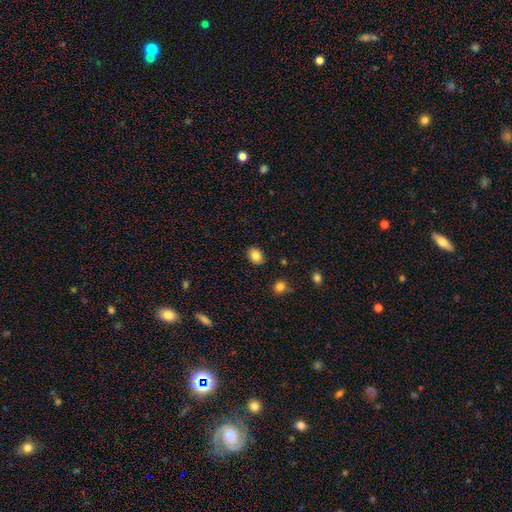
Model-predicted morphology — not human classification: Smooth or featured? smooth (85%)
How rounded? in between (67%)
Merging? none (87%)